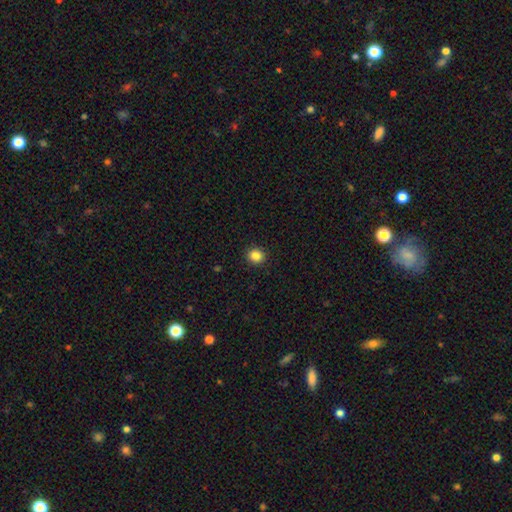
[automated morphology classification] The model was most divided on "smooth or featured": smooth: 84%, star or artifact: 11%, featured or disk: 4%. More confident: merging — none (92%); how rounded — round (87%).